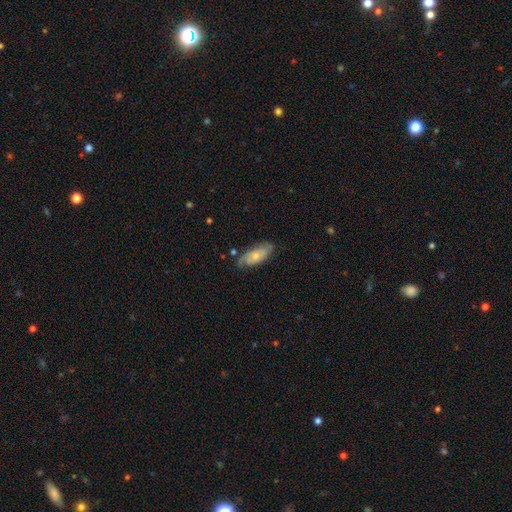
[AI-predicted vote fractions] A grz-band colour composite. It shows a featured or disk galaxy (52%). Merging: none (65%).